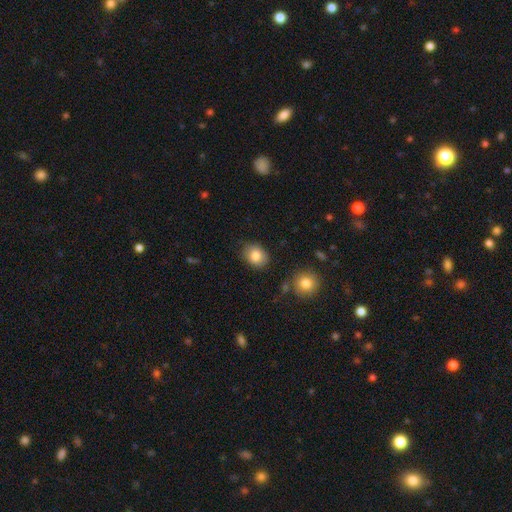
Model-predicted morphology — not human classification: A smooth galaxy with no disk features (84%) that is in between round and cigar-shaped (53%). Merging: none (81%).